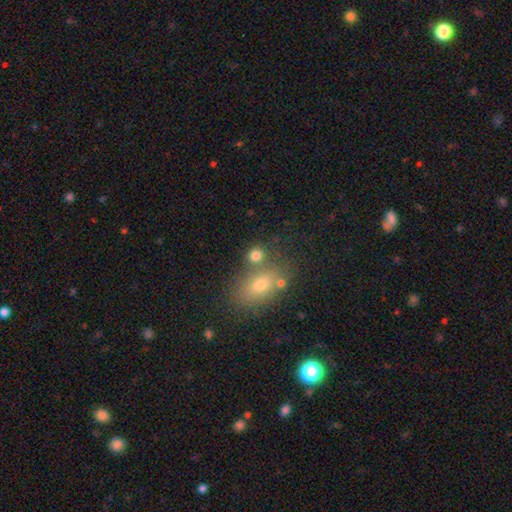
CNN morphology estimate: Overall: smooth (76%). How rounded: round (55%; in between 42%). Merging: none (60%; merger 23%).